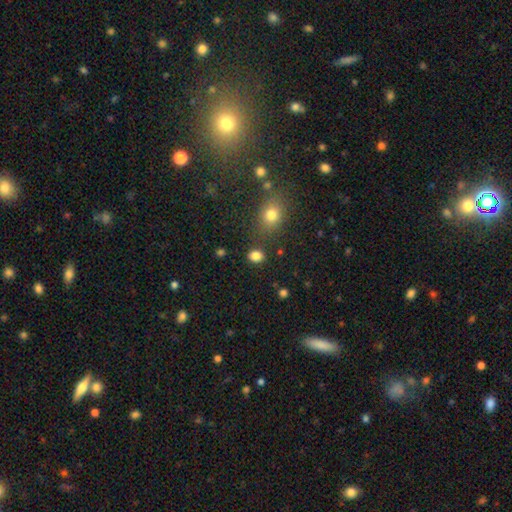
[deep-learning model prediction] smooth 83%, star or artifact 12%, featured or disk 4%. Down the decision tree: how rounded — in between (54%); merging — none (82%).